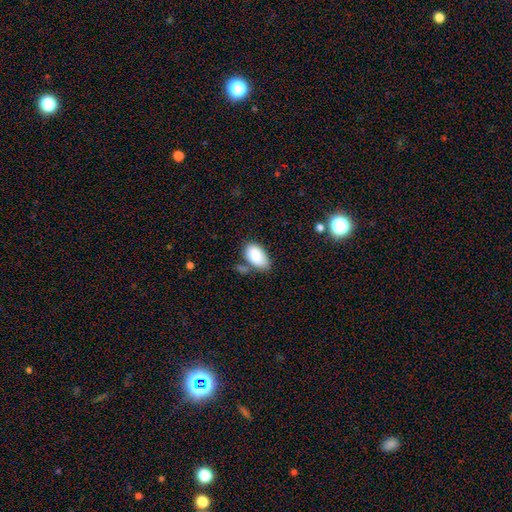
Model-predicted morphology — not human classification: Smooth or featured?
  - smooth: 87% *
  - star or artifact: 7%
  - featured or disk: 6%
How rounded?
  - in between: 95% *
  - round: 4%
  - cigar-shaped: 1%
Merging?
  - none: 59% *
  - minor disturbance: 22%
  - merger: 12%
  - major disturbance: 6%